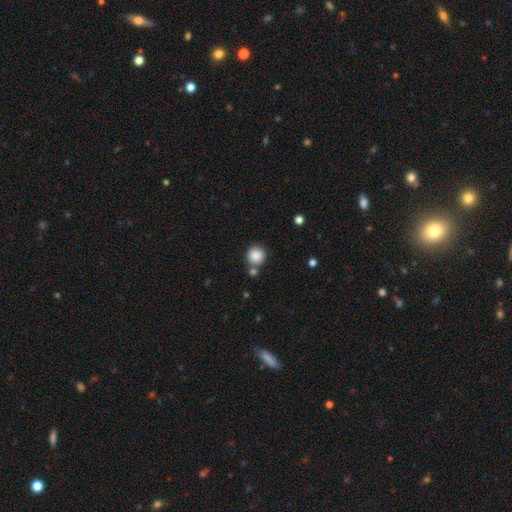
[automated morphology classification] Smooth or featured? Predicted: smooth (p=0.87). How rounded? Predicted: round (p=0.91). Merging? Predicted: none (p=0.72).